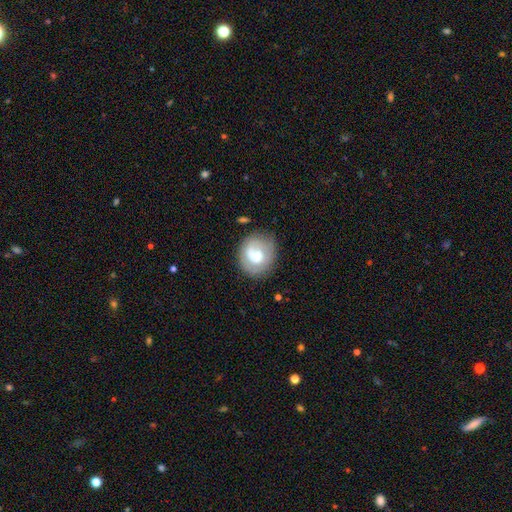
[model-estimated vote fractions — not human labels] Morphology: type=smooth (50%); roundness=round (75%); merging=none (69%).